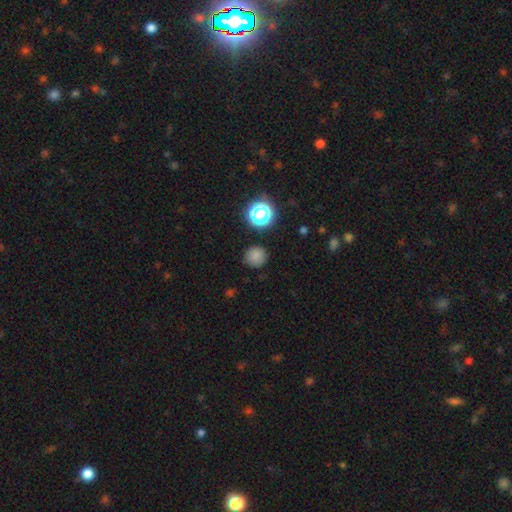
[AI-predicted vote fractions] This is likely a smooth galaxy (78%). How rounded: clearly round (93%). Merging: clearly none (86%).